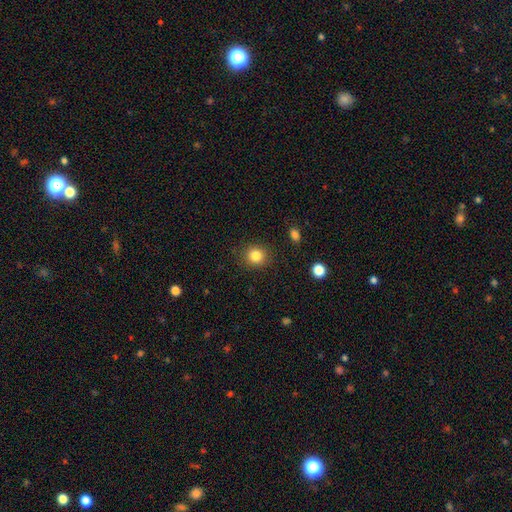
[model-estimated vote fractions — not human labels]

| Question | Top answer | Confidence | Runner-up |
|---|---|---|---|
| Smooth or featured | smooth | 84% | star or artifact (11%) |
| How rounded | round | 83% | in between (16%) |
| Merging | none | 89% | minor disturbance (8%) |